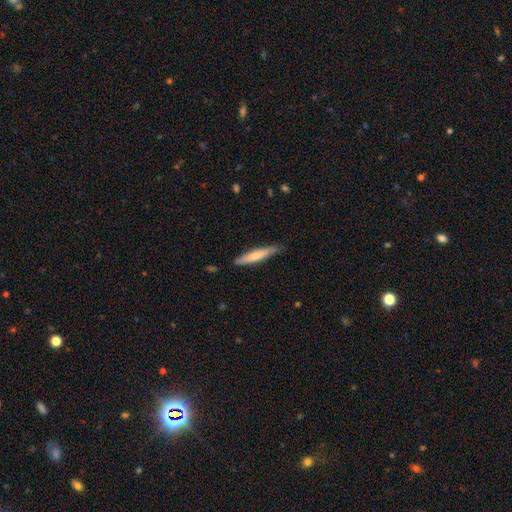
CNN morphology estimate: smooth 64%, featured or disk 30%, star or artifact 5%. Down the decision tree: how rounded — cigar-shaped (89%); merging — none (81%).